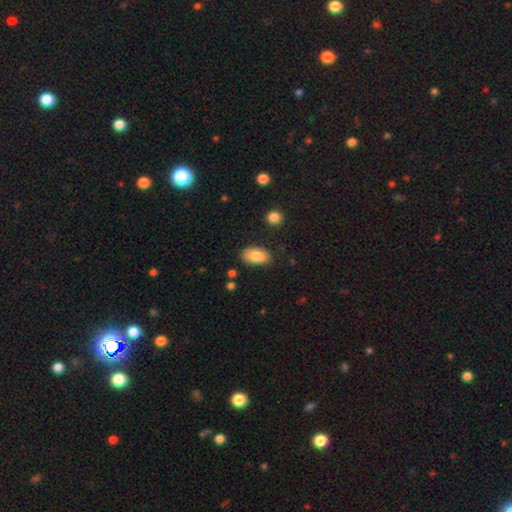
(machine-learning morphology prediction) The model was most divided on "merging": none: 82%, minor disturbance: 13%, major disturbance: 3%, merger: 2%. More confident: how rounded — in between (93%); smooth or featured — smooth (82%).